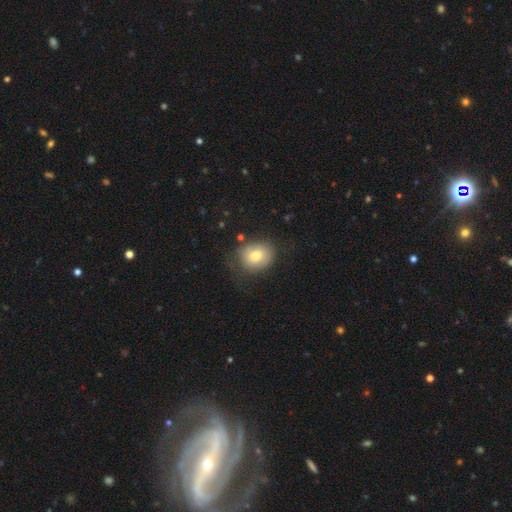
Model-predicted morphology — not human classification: Smooth or featured? Predicted: smooth (p=0.75). How rounded? Predicted: round (p=0.64). Merging? Predicted: none (p=0.70).